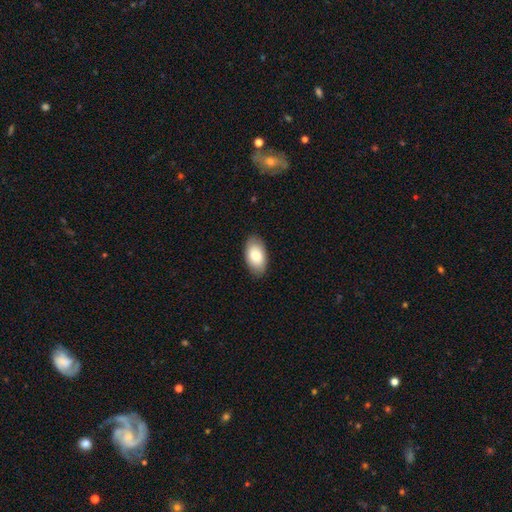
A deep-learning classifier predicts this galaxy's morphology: A smooth galaxy with no disk features (84%) that is in between round and cigar-shaped (95%). Merging: none (86%).